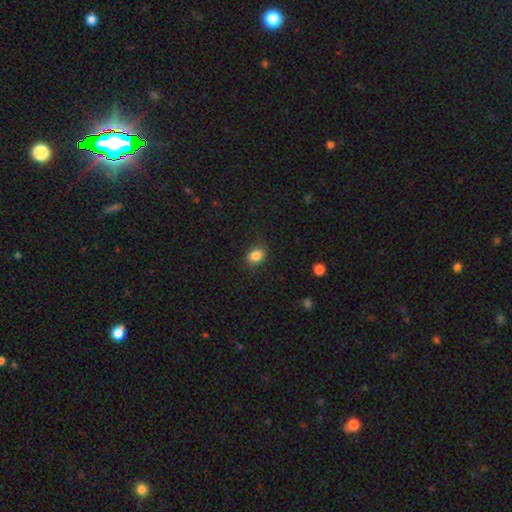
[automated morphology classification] A smooth galaxy with no disk features (85%) that is in between round and cigar-shaped (66%). Merging: none (83%).